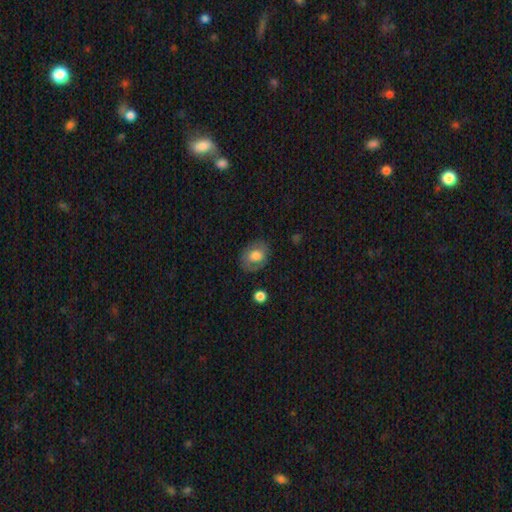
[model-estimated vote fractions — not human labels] A smooth galaxy with no disk features (70%) that is in between round and cigar-shaped (68%). Merging: none (74%).